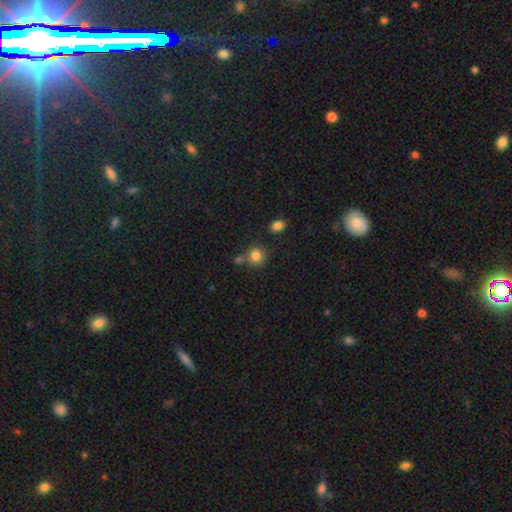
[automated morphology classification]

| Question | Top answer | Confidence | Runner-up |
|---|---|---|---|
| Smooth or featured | smooth | 82% | star or artifact (11%) |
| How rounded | round | 82% | in between (17%) |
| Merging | none | 68% | merger (16%) |